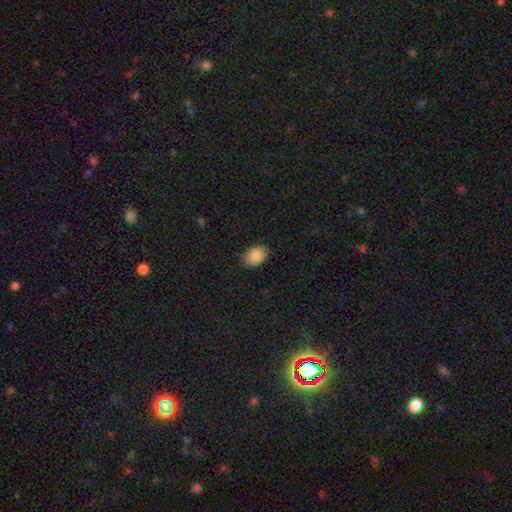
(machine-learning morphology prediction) The model was most divided on "how rounded": in between: 81%, round: 18%, cigar-shaped: 1%. More confident: smooth or featured — smooth (88%); merging — none (86%).